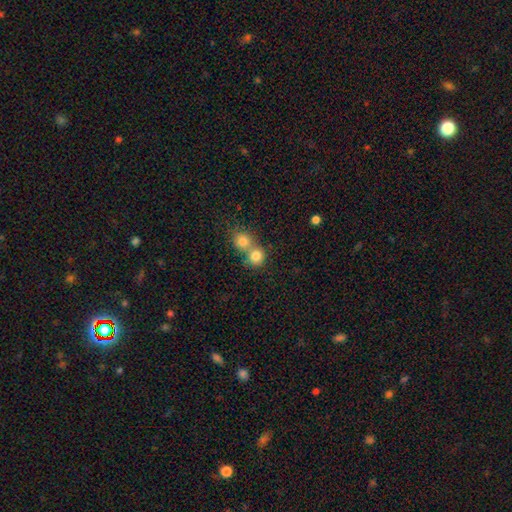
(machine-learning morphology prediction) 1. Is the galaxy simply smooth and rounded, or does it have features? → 80% smooth, 11% star or artifact, 9% featured or disk.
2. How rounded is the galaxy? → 84% round, 15% in between, 1% cigar-shaped.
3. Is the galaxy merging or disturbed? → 55% merger, 38% none, 5% minor disturbance, 2% major disturbance.